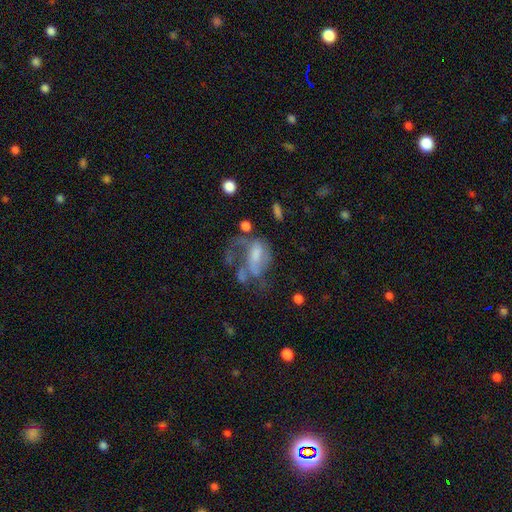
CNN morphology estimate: type=featured or disk (55%); edge-on=no (96%); bar=no (45%); spiral arms=yes (52%); bulge=moderate (31%); merging=major disturbance (50%).